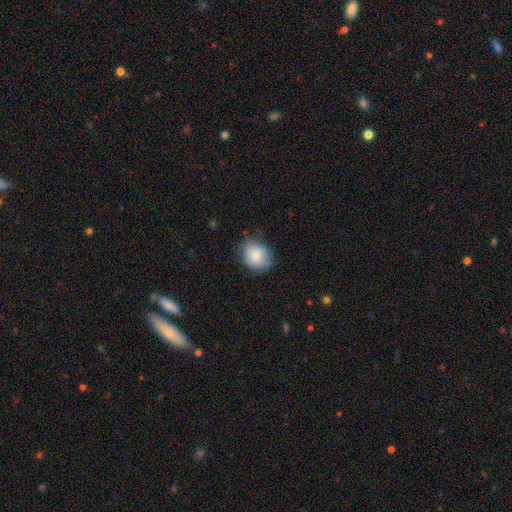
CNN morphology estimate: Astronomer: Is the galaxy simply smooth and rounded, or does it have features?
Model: smooth — 80%.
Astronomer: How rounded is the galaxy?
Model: round — 66%.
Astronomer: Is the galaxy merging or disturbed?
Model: none — 73%.